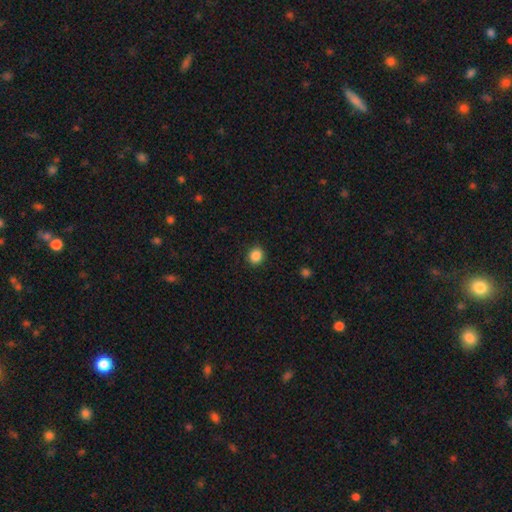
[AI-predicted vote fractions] smooth_or_featured: smooth (p=0.87) [alt: star or artifact p=0.10]
how_rounded: round (p=0.79) [alt: in between p=0.20]
merging: none (p=0.89) [alt: minor disturbance p=0.08]